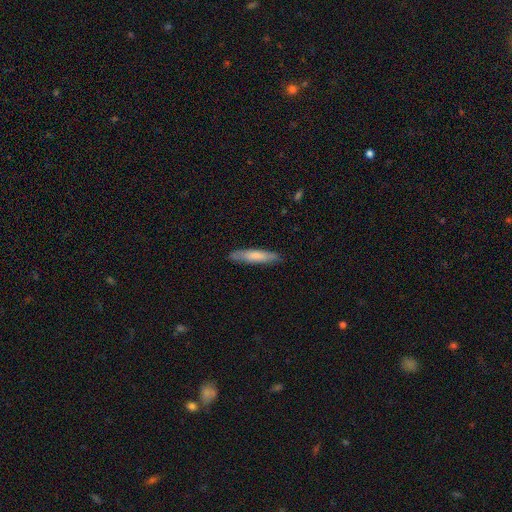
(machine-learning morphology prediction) Overall: smooth (75%). How rounded: cigar-shaped (86%). Merging: none (86%).